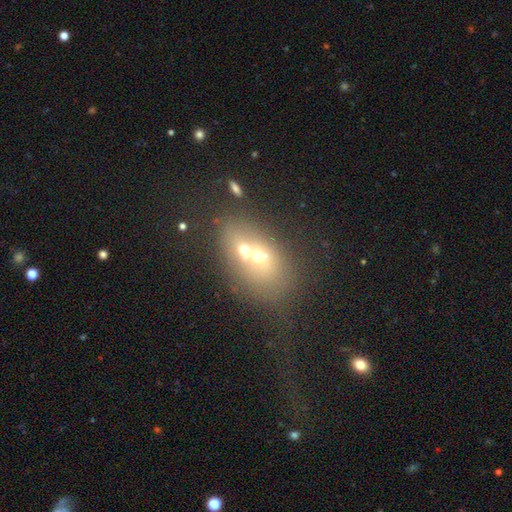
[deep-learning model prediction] Smooth or featured? Predicted: smooth (p=0.48). Merging? Predicted: merger (p=0.65).